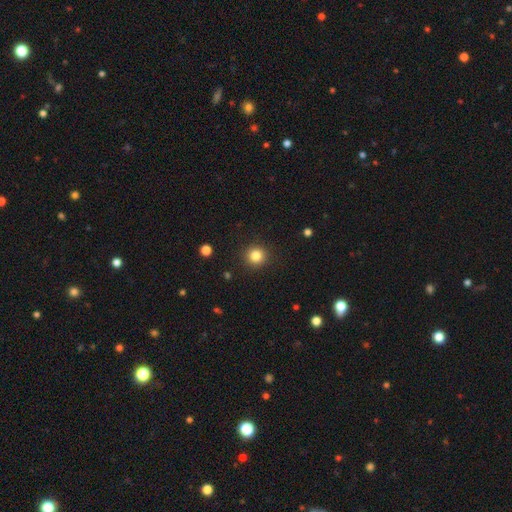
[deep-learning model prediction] Smooth or featured? Predicted: smooth (p=0.83). How rounded? Predicted: round (p=0.94). Merging? Predicted: none (p=0.91).